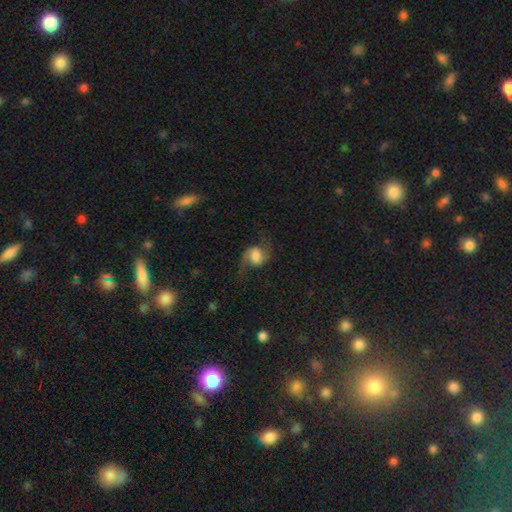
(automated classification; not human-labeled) Smooth or featured: featured or disk — 63% (smooth — 29%)
Edge-on disk: no — 97% (yes — 3%)
Bar: no — 47% (weak — 41%)
Spiral arms: yes — 93% (no — 7%)
Spiral winding: loose — 66% (medium — 28%)
Spiral arm count: 2 — 89% (1 — 5%)
Bulge size: moderate — 42% (large — 31%)
Merging: none — 66% (minor disturbance — 18%)